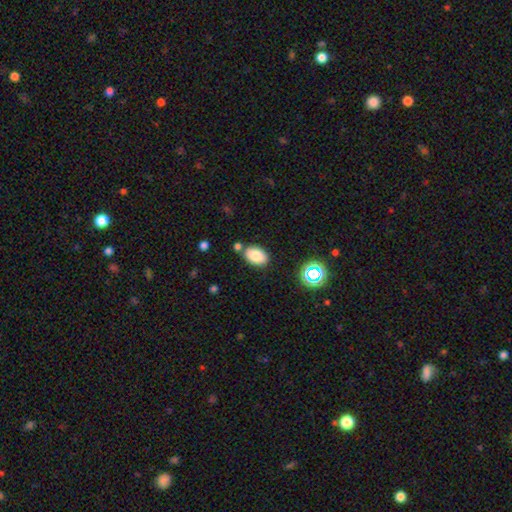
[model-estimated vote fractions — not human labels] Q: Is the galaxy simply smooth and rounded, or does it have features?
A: smooth — 82%.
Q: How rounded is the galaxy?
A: in between — 89%.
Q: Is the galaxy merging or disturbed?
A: none — 78%.